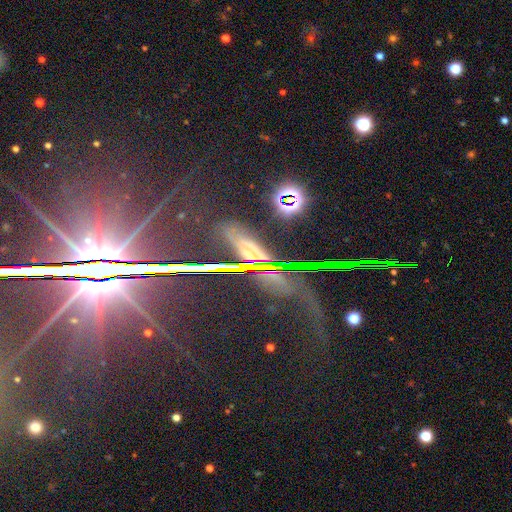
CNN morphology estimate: type=star or artifact (68%).